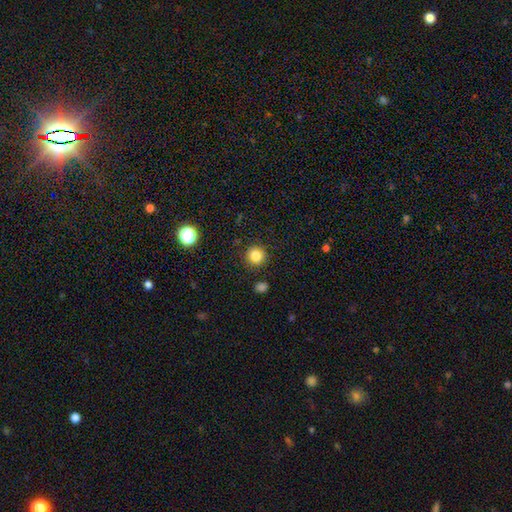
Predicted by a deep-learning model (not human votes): Morphology: type=smooth (84%); roundness=round (94%); merging=none (89%).